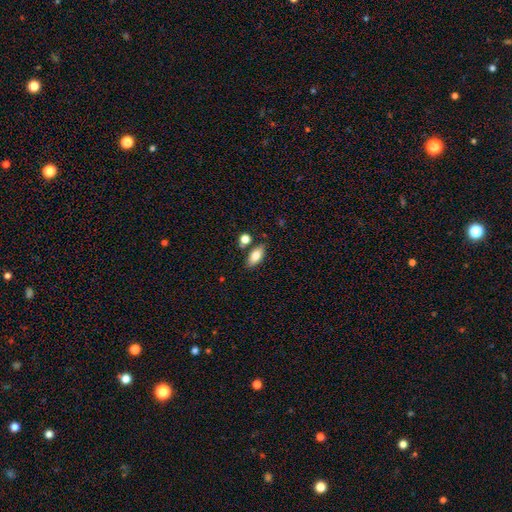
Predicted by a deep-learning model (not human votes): A smooth galaxy with no disk features (77%) that is in between round and cigar-shaped (86%). Merging: none (76%).